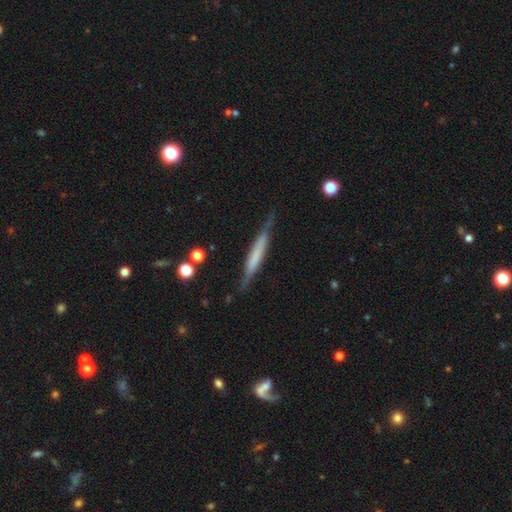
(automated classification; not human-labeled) A featured or disk galaxy (51%) viewed edge-on (94%). Merging: none (76%).